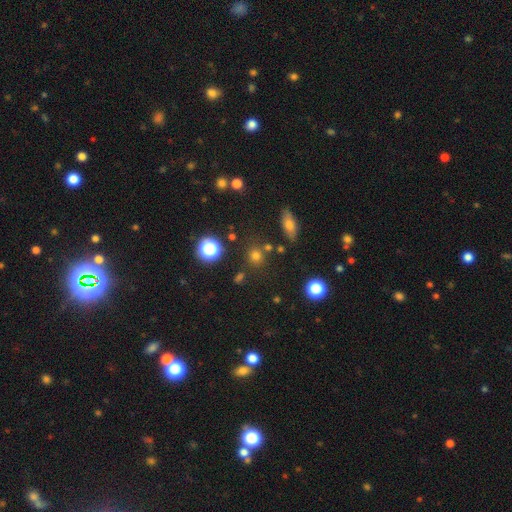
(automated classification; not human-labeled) A smooth galaxy with no disk features (68%) that is round (85%).

Vote fractions:
- Smooth or featured? smooth: 68% / star or artifact: 24% / featured or disk: 8%
- How rounded? round: 85% / in between: 14% / cigar-shaped: 2%
- Merging? none: 78% / minor disturbance: 10% / merger: 9% / major disturbance: 3%